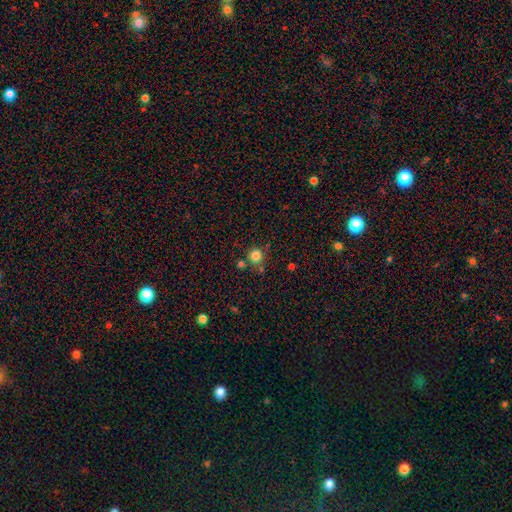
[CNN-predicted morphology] A smooth galaxy with no disk features (81%) that is round (93%).

Vote fractions:
- Smooth or featured? smooth: 81% / star or artifact: 13% / featured or disk: 6%
- How rounded? round: 93% / in between: 6% / cigar-shaped: 1%
- Merging? none: 75% / merger: 11% / minor disturbance: 10% / major disturbance: 3%